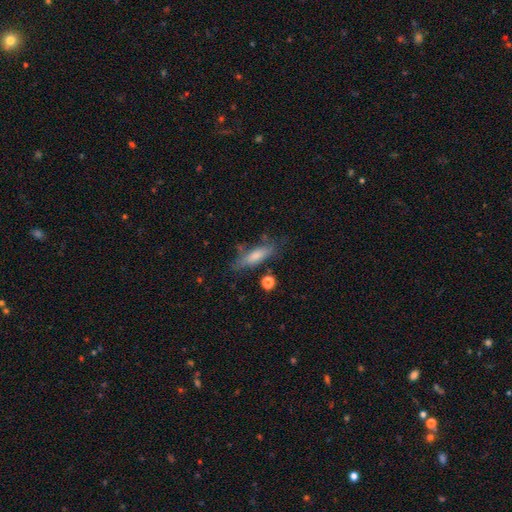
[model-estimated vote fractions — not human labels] The model was most divided on "how rounded": cigar-shaped: 59%, in between: 39%, round: 3%. More confident: smooth or featured — smooth (68%); merging — none (66%).